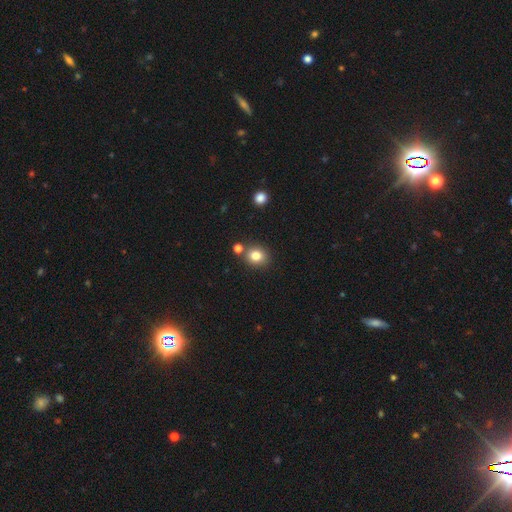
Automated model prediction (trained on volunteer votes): This appears to be a smooth galaxy with no disk features (81%) that is round (74%). Merging: none (77%).